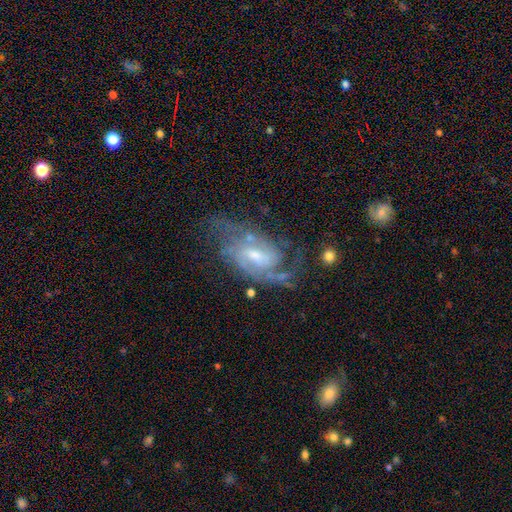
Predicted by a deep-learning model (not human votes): The model was most divided on "bulge size": small: 47%, moderate: 43%, none: 5%, large: 4%, dominant: 1%. Remaining: edge-on disk — no (96%); spiral arms — yes (96%); smooth or featured — featured or disk (87%); merging — none (60%); spiral arm count — 2 (57%); bar — weak (53%); spiral winding — medium (47%).